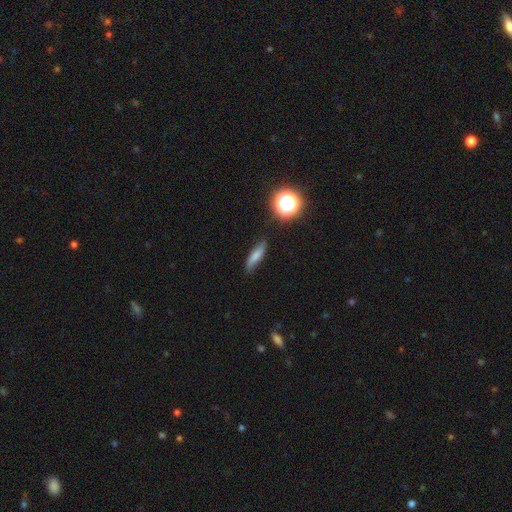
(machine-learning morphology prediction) type=smooth (70%); roundness=cigar-shaped (67%); merging=none (77%).